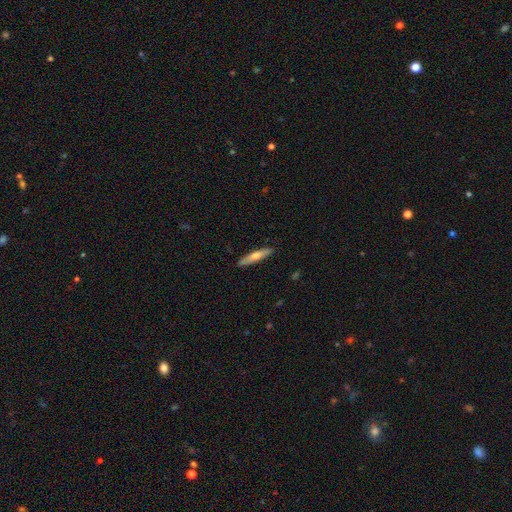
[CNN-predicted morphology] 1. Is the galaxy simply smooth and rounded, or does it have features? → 56% smooth, 38% featured or disk, 6% star or artifact.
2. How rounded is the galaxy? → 88% cigar-shaped, 10% in between, 1% round.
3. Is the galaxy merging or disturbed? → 89% none, 9% minor disturbance, 2% major disturbance, 1% merger.